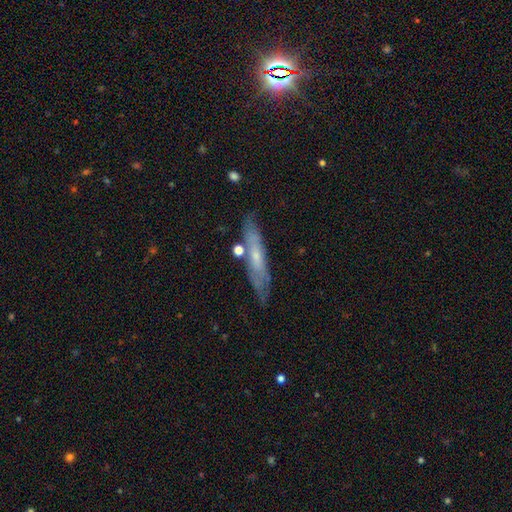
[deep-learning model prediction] The model was most divided on "smooth or featured": featured or disk: 54%, smooth: 39%, star or artifact: 7%. More confident: merging — none (73%); edge-on disk — yes (62%).